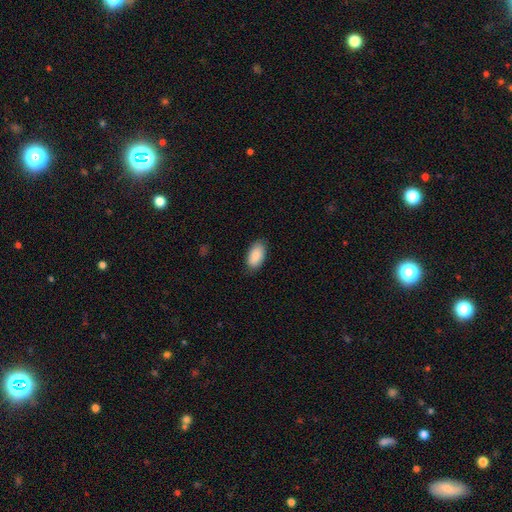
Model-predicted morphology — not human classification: smooth_or_featured: smooth (p=0.89) [alt: star or artifact p=0.06]
how_rounded: in between (p=0.95) [alt: round p=0.03]
merging: none (p=0.86) [alt: minor disturbance p=0.11]